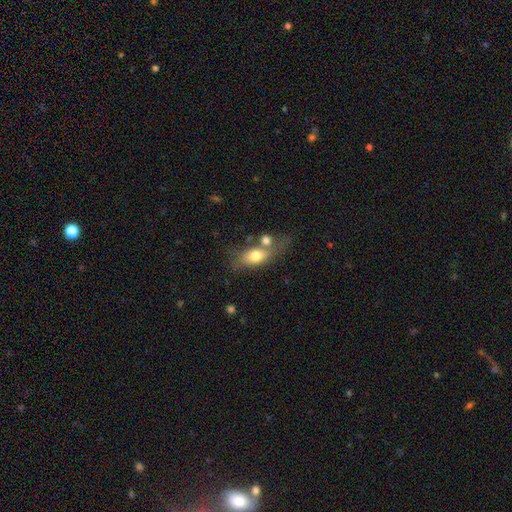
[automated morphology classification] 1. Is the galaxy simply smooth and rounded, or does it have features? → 70% smooth, 22% featured or disk, 8% star or artifact.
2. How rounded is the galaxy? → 76% in between, 12% round, 12% cigar-shaped.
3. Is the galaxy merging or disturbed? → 40% none, 34% merger, 16% minor disturbance, 10% major disturbance.